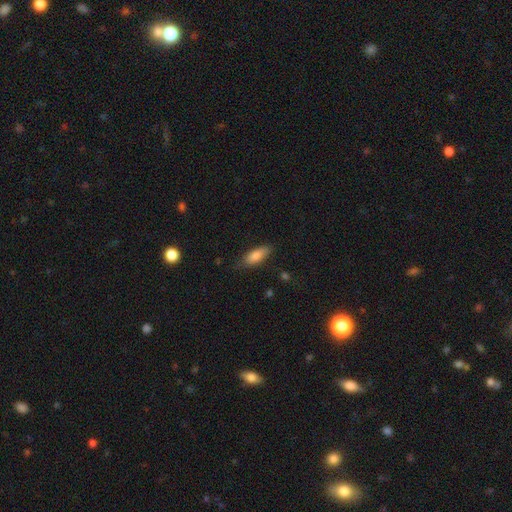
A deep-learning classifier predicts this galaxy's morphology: type=smooth (81%); roundness=in between (68%); merging=none (78%).